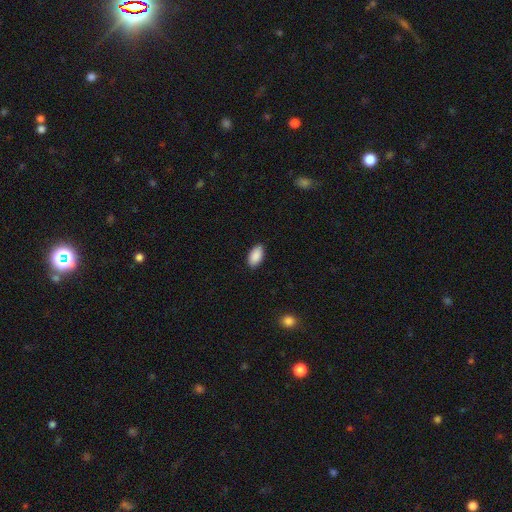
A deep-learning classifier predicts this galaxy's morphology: type=smooth (91%); roundness=in between (94%); merging=none (89%).